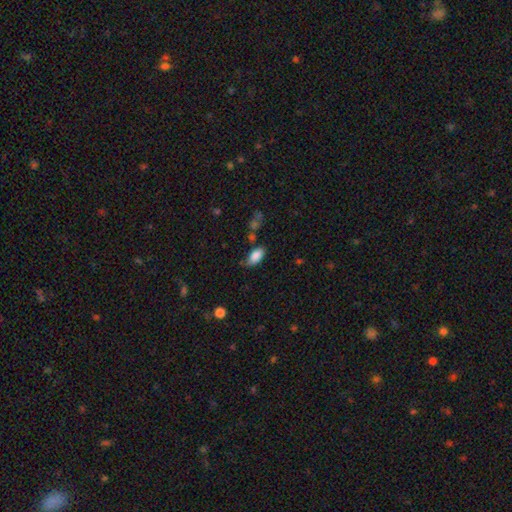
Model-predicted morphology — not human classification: Smooth or featured: smooth — 86% (star or artifact — 8%)
How rounded: in between — 92% (cigar-shaped — 5%)
Merging: none — 67% (minor disturbance — 23%)